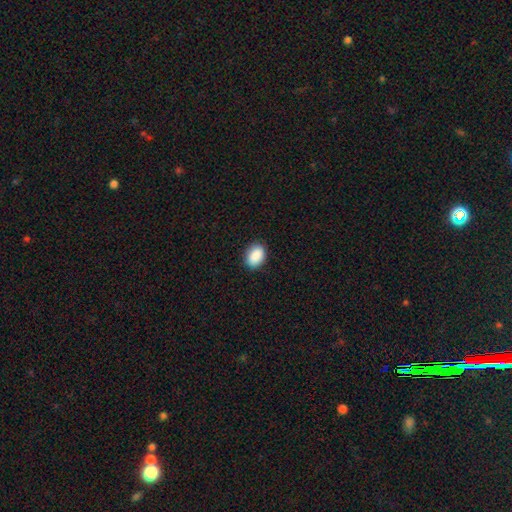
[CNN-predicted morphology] Smooth or featured: smooth — 90% (star or artifact — 7%)
How rounded: in between — 83% (round — 16%)
Merging: none — 88% (minor disturbance — 9%)